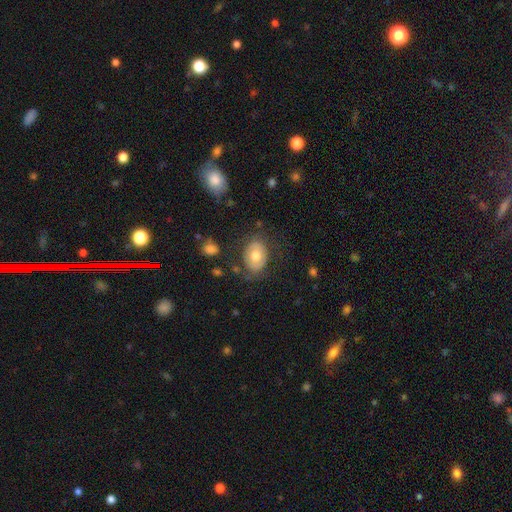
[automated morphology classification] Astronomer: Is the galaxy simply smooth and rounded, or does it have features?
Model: smooth — 65%.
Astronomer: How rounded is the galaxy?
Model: in between — 71%.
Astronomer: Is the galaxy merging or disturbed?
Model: none — 74%.